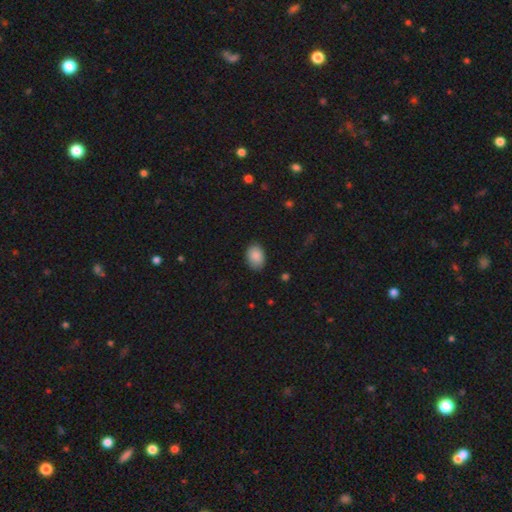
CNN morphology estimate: Smooth or featured: smooth — 88% (star or artifact — 7%)
How rounded: in between — 81% (round — 18%)
Merging: none — 85% (minor disturbance — 11%)